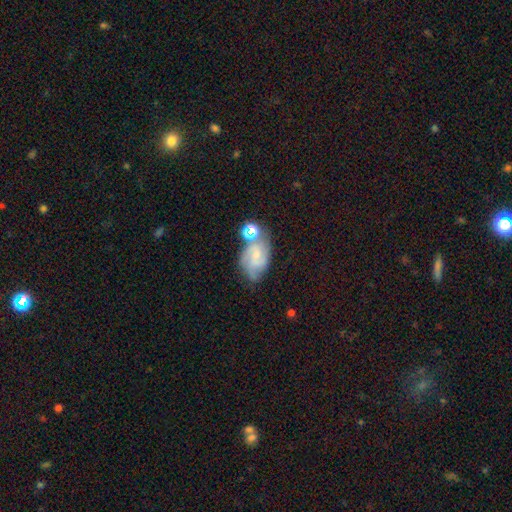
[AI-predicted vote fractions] smooth_or_featured: featured or disk (p=0.62) [alt: smooth p=0.27]
disk_edge_on: no (p=0.97) [alt: yes p=0.03]
bar: no (p=0.61) [alt: weak p=0.33]
has_spiral_arms: yes (p=0.89) [alt: no p=0.11]
spiral_winding: medium (p=0.44) [alt: tight p=0.39]
spiral_arm_count: 2 (p=0.29) [alt: 3 p=0.28]
bulge_size: small (p=0.61) [alt: none p=0.20]
merging: none (p=0.46) [alt: minor disturbance p=0.23]